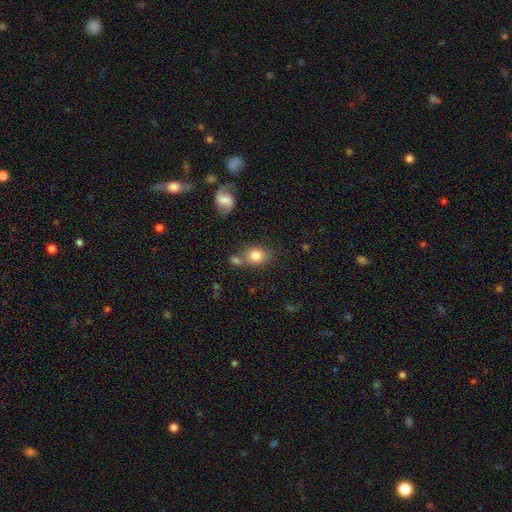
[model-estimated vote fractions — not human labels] Smooth or featured?
  - smooth: 80% *
  - featured or disk: 11%
  - star or artifact: 9%
How rounded?
  - in between: 51% *
  - round: 48%
  - cigar-shaped: 1%
Merging?
  - none: 60% *
  - merger: 21%
  - minor disturbance: 14%
  - major disturbance: 5%